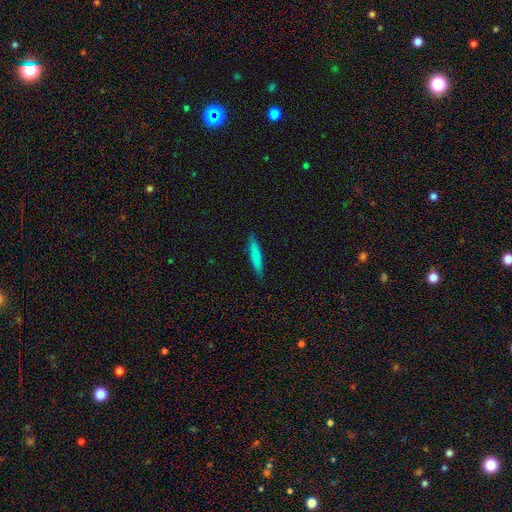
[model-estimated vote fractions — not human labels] A smooth galaxy with no disk features (77%) that is cigar-shaped (92%).

Vote fractions:
- Smooth or featured? smooth: 77% / featured or disk: 18% / star or artifact: 6%
- How rounded? cigar-shaped: 92% / in between: 7% / round: 1%
- Merging? none: 90% / minor disturbance: 7% / major disturbance: 2% / merger: 1%